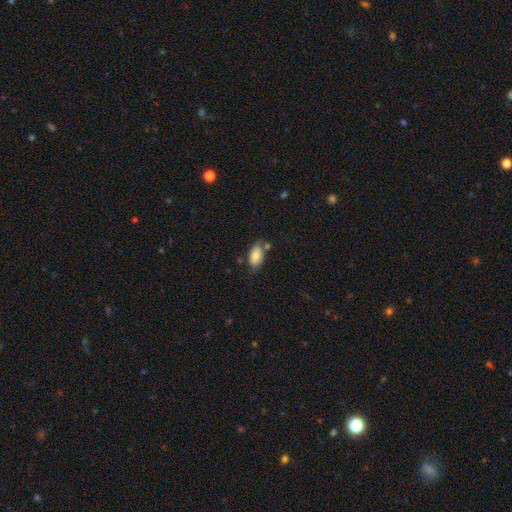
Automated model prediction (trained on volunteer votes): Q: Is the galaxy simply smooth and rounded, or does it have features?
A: smooth — 80%.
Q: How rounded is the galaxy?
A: in between — 93%.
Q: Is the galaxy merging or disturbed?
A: none — 65%.